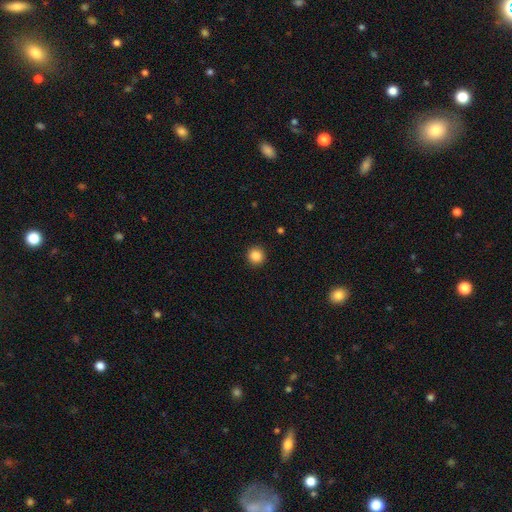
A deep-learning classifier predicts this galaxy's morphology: Smooth or featured: smooth — 86% (star or artifact — 10%)
How rounded: round — 94% (in between — 5%)
Merging: none — 93% (minor disturbance — 5%)